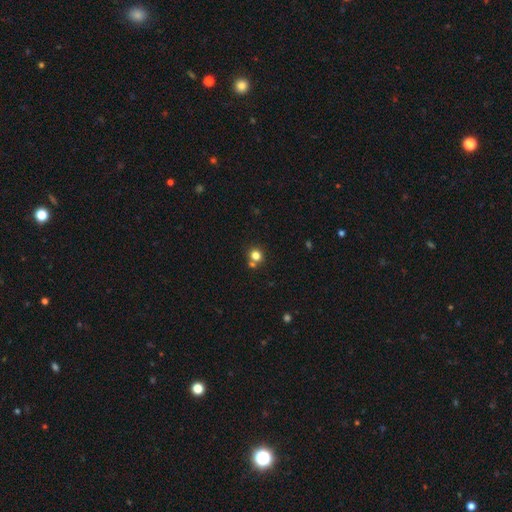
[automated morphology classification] Q: Smooth or featured?
A: smooth (80%); runner-up: star or artifact (13%)
Q: How rounded?
A: round (85%); runner-up: in between (14%)
Q: Merging?
A: none (67%); runner-up: merger (21%)